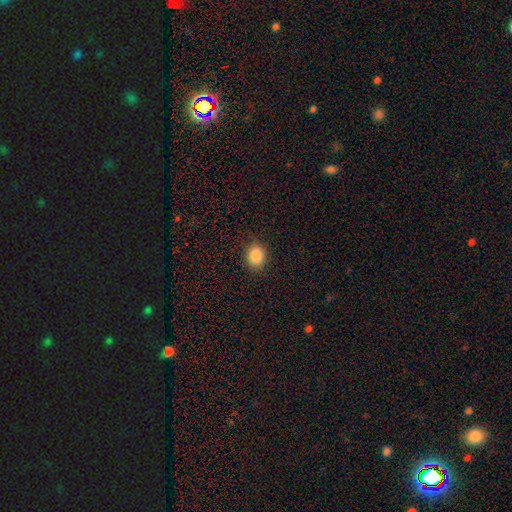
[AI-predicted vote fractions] This is clearly a smooth galaxy (85%). How rounded: possibly in between (50%). Merging: clearly none (88%).